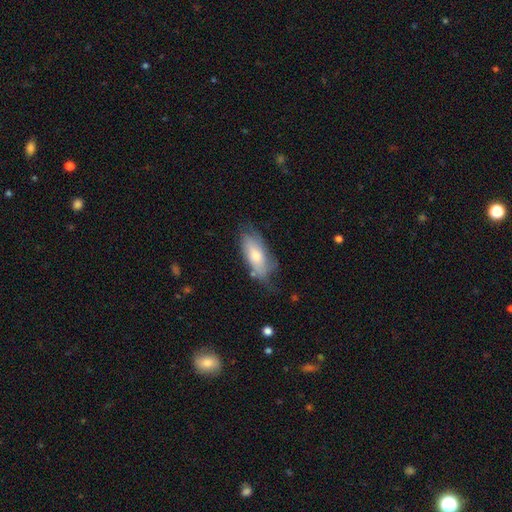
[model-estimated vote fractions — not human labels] This is likely a smooth galaxy (63%). How rounded: clearly in between (80%). Merging: possibly none (53%).